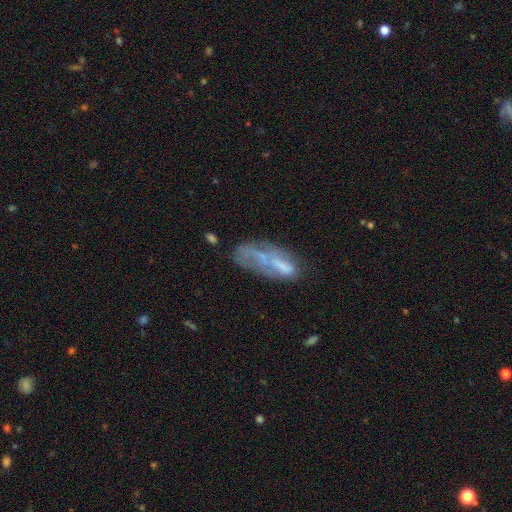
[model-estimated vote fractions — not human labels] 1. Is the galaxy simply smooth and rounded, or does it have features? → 47% featured or disk, 43% smooth, 11% star or artifact.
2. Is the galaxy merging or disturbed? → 34% none, 27% major disturbance, 24% minor disturbance, 15% merger.